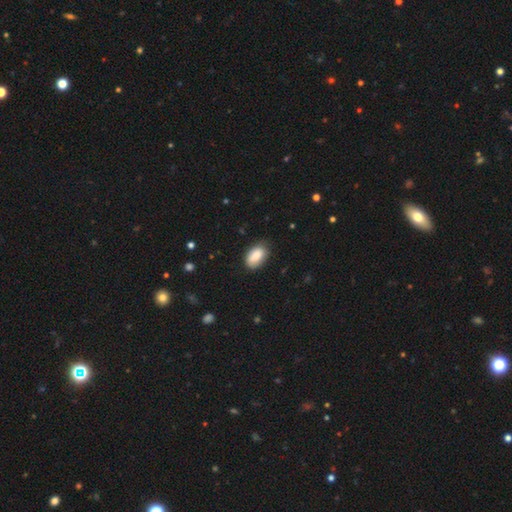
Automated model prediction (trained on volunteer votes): Morphology: type=smooth (85%); roundness=in between (93%); merging=none (75%).